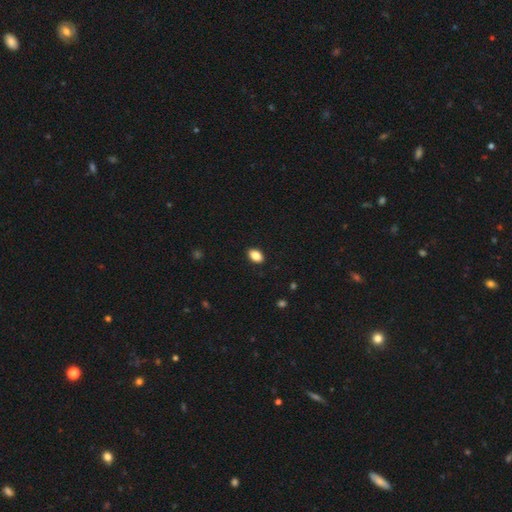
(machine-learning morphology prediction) This is clearly a smooth galaxy (86%). How rounded: clearly in between (88%). Merging: clearly none (90%).